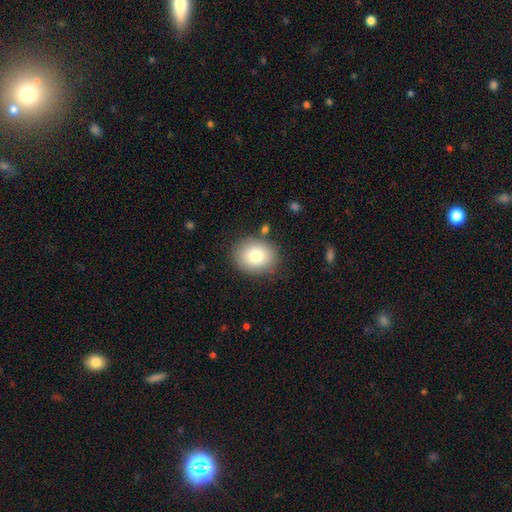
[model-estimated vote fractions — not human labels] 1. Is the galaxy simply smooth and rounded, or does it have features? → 81% smooth, 10% featured or disk, 9% star or artifact.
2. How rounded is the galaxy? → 60% round, 39% in between, 1% cigar-shaped.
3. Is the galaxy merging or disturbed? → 83% none, 11% minor disturbance, 3% major disturbance, 3% merger.